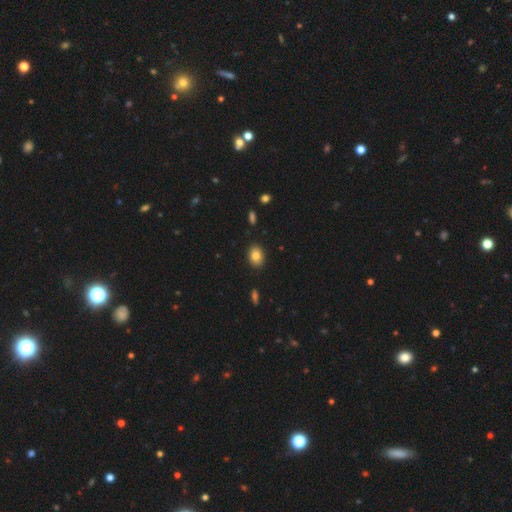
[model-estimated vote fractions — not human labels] Smooth or featured? Predicted: smooth (p=0.83). How rounded? Predicted: in between (p=0.73). Merging? Predicted: none (p=0.88).